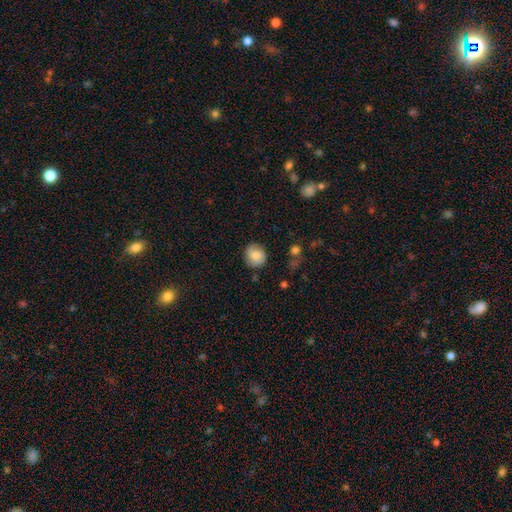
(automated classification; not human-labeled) Smooth or featured: smooth — 79% (featured or disk — 13%)
How rounded: round — 85% (in between — 14%)
Merging: none — 81% (minor disturbance — 14%)